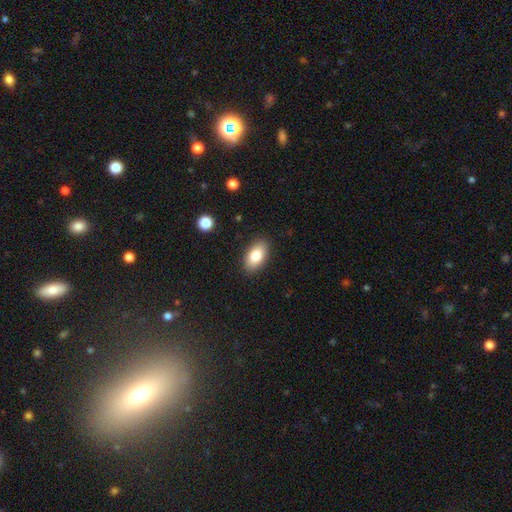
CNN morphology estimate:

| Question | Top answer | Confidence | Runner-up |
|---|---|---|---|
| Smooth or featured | smooth | 81% | featured or disk (12%) |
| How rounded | in between | 92% | round (5%) |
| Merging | none | 88% | minor disturbance (9%) |